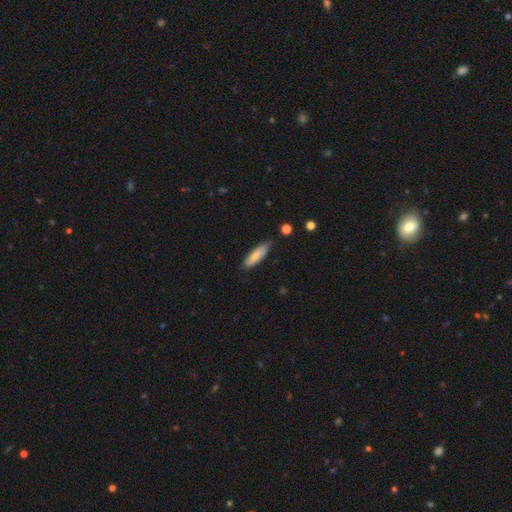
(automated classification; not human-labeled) Smooth or featured: smooth — 77% (featured or disk — 17%)
How rounded: cigar-shaped — 57% (in between — 41%)
Merging: none — 76% (minor disturbance — 20%)